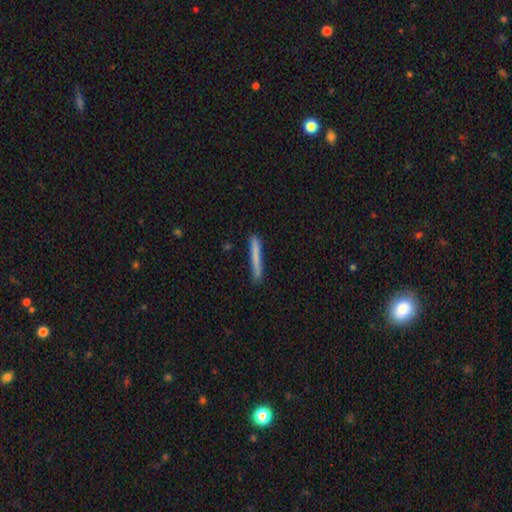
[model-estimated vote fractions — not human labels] This appears to be a smooth galaxy with no disk features (74%) that is cigar-shaped (97%). Merging: none (86%).